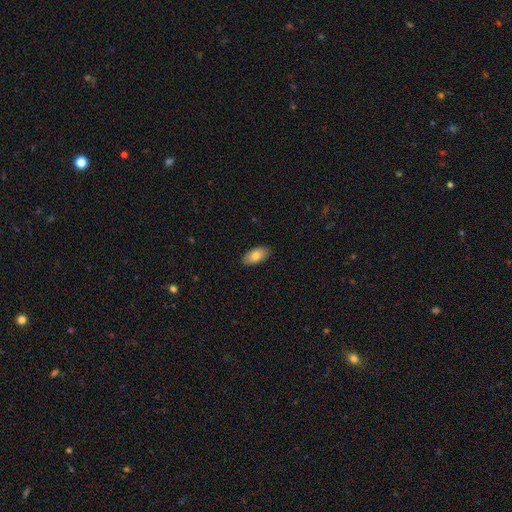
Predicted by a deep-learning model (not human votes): Smooth or featured?
  - smooth: 81% *
  - featured or disk: 13%
  - star or artifact: 6%
How rounded?
  - in between: 93% *
  - cigar-shaped: 5%
  - round: 2%
Merging?
  - none: 88% *
  - minor disturbance: 9%
  - major disturbance: 2%
  - merger: 1%